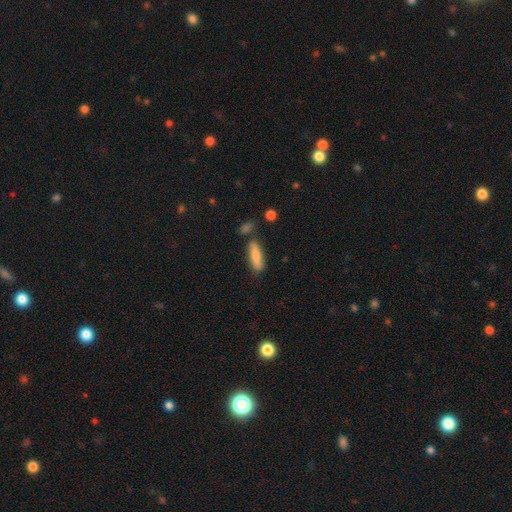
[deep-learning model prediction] smooth 79%, featured or disk 15%, star or artifact 6%. Down the decision tree: how rounded — cigar-shaped (58%); merging — none (72%).